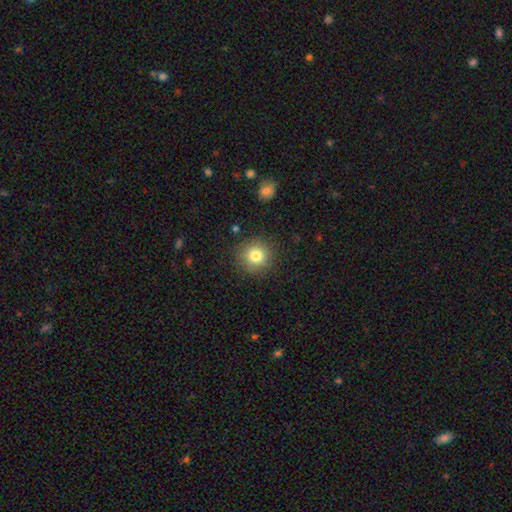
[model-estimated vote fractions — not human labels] Smooth or featured?
  - smooth: 80% *
  - star or artifact: 12%
  - featured or disk: 8%
How rounded?
  - round: 94% *
  - in between: 5%
  - cigar-shaped: 1%
Merging?
  - none: 88% *
  - minor disturbance: 7%
  - major disturbance: 3%
  - merger: 1%